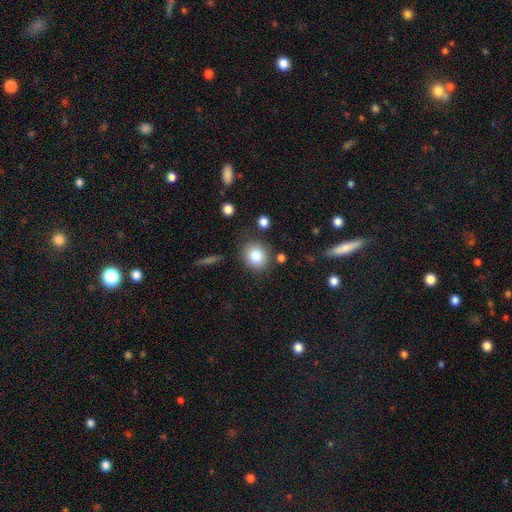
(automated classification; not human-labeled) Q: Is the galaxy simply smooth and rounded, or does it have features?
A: smooth — 83%.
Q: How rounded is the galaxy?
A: round — 78%.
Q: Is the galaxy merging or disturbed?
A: none — 81%.